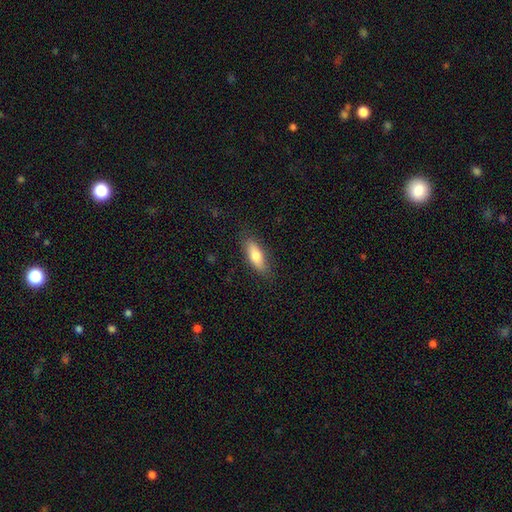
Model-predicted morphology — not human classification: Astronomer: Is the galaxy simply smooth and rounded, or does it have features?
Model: smooth — 73%.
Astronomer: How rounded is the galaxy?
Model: in between — 61% (runner-up: cigar-shaped, 36%).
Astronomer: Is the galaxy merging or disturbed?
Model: none — 85%.